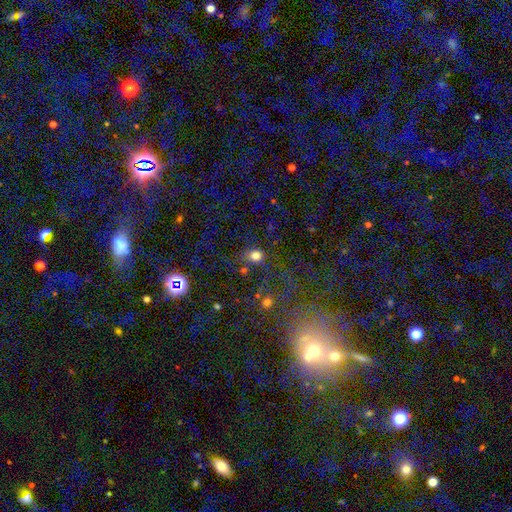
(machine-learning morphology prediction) smooth 74%, star or artifact 19%, featured or disk 7%. Down the decision tree: how rounded — round (79%); merging — none (71%).